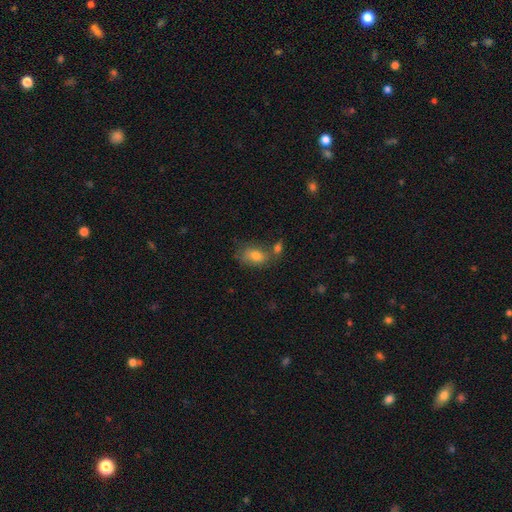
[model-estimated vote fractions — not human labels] Smooth or featured? Predicted: smooth (p=0.77). How rounded? Predicted: in between (p=0.83). Merging? Predicted: none (p=0.51).